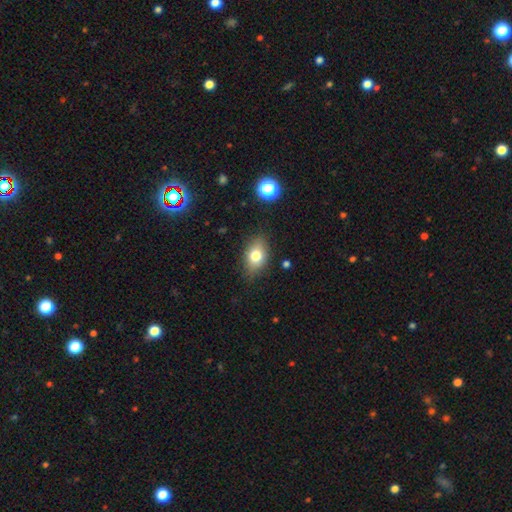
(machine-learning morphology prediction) Smooth or featured?
  - smooth: 75% *
  - featured or disk: 15%
  - star or artifact: 10%
How rounded?
  - in between: 80% *
  - round: 17%
  - cigar-shaped: 3%
Merging?
  - none: 81% *
  - minor disturbance: 15%
  - major disturbance: 3%
  - merger: 2%